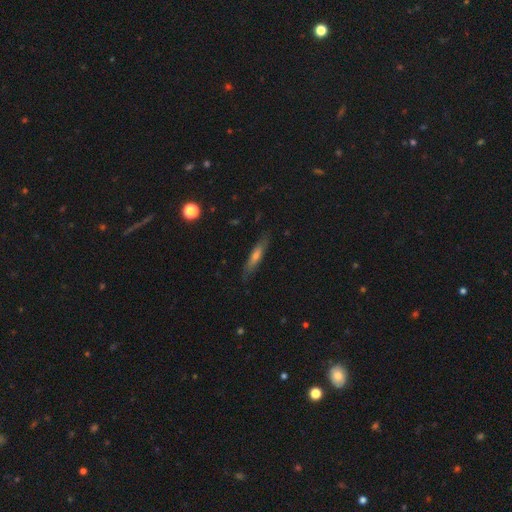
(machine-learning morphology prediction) This is possibly a smooth galaxy (51%). How rounded: clearly cigar-shaped (87%). Merging: clearly none (85%).